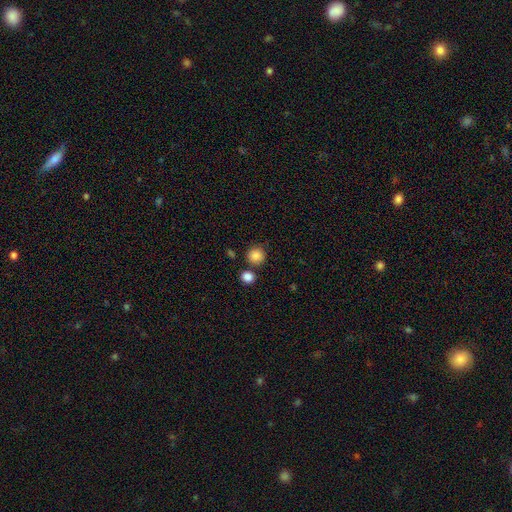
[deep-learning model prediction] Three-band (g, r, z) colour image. It shows a smooth galaxy with no disk features (86%) that is round (92%). Merging: none (77%).